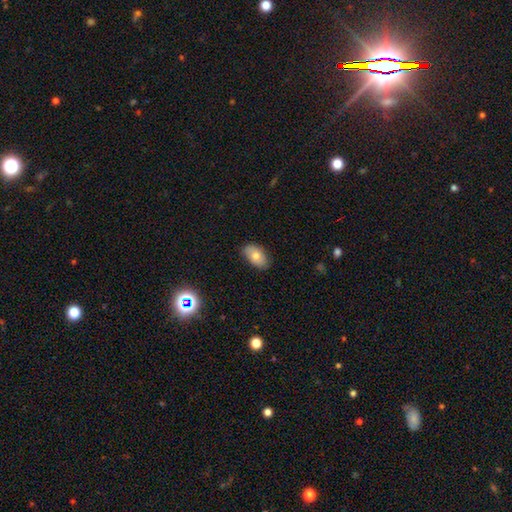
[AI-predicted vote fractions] The model was most divided on "smooth or featured": smooth: 74%, featured or disk: 18%, star or artifact: 8%. More confident: how rounded — in between (92%); merging — none (78%).